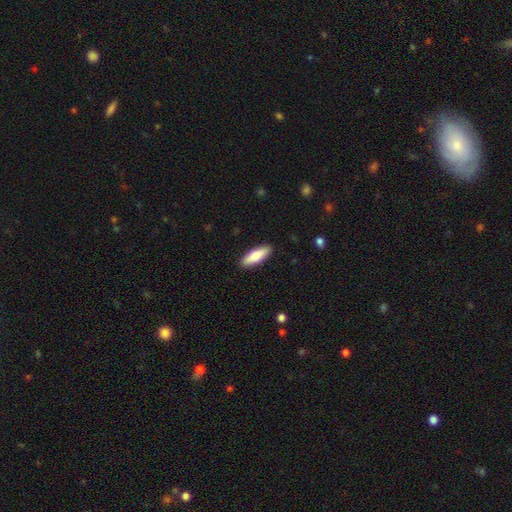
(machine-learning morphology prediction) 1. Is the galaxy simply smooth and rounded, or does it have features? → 74% smooth, 21% featured or disk, 5% star or artifact.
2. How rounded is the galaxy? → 51% in between, 47% cigar-shaped, 2% round.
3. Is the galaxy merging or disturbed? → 90% none, 7% minor disturbance, 2% major disturbance, 1% merger.